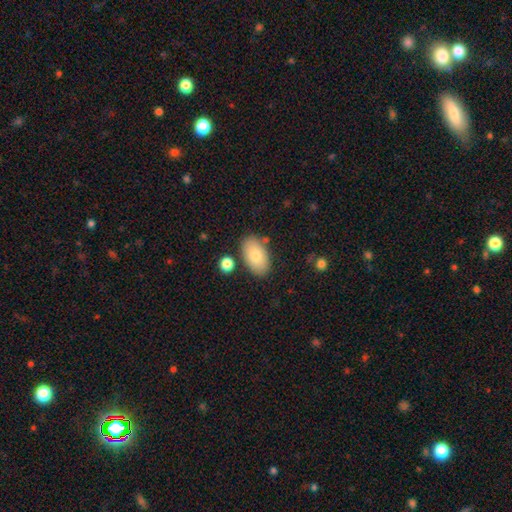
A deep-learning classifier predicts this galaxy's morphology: This is clearly a smooth galaxy (80%). How rounded: clearly in between (94%). Merging: clearly none (82%).